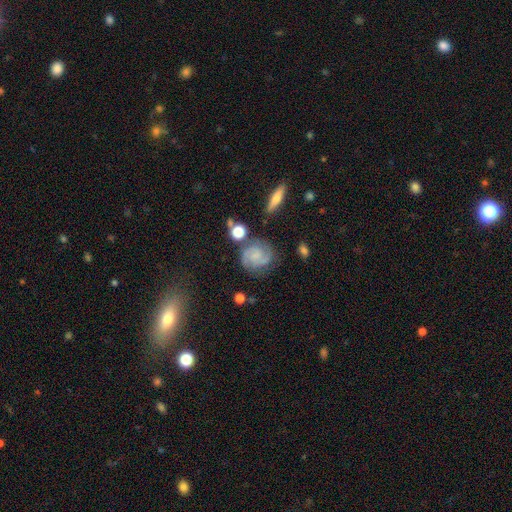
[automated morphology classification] A featured or disk galaxy (74%) with no bar (58%), 2 (69%) tight (44%, tied with medium) spiral arms (96%) and a small central bulge (46%). Merging: none (73%).